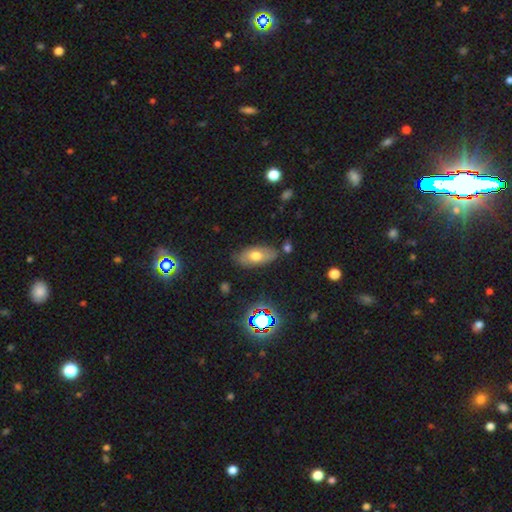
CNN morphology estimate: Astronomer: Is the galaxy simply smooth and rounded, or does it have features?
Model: smooth — 63%.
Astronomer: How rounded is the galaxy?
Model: in between — 89%.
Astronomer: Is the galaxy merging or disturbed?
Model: none — 77%.